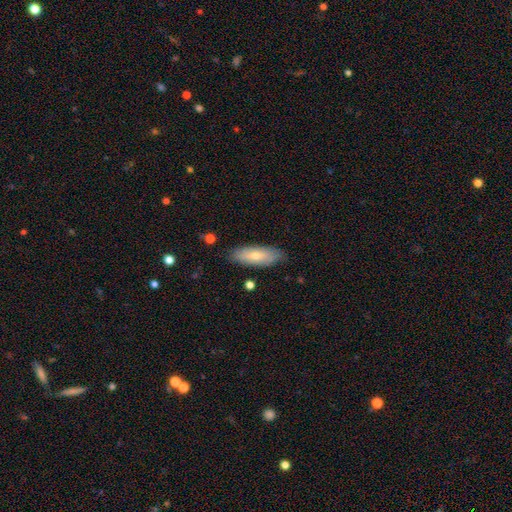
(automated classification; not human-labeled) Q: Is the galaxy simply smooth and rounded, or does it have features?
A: smooth — 67%.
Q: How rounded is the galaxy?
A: in between — 64%.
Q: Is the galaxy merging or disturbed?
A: none — 83%.